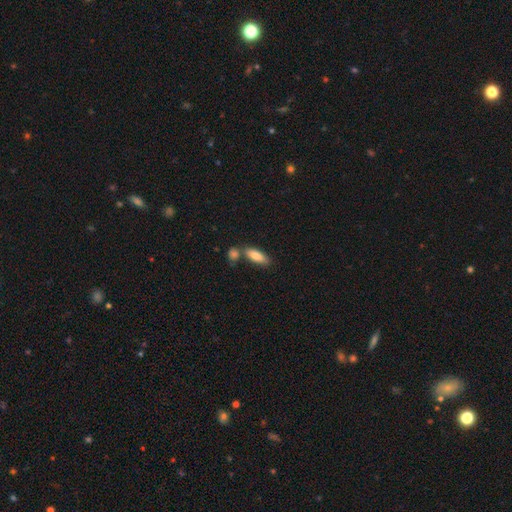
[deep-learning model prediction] This appears to be a smooth galaxy with no disk features (81%) that is in between round and cigar-shaped (61%). Merging: none (63%).